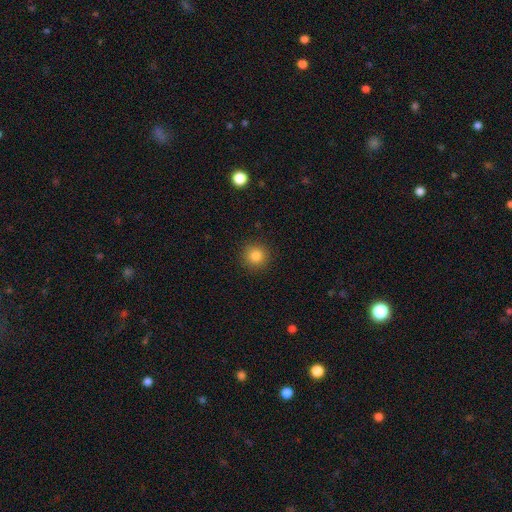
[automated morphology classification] smooth-or-featured: smooth: 83% | star or artifact: 12% | featured or disk: 5%
  how-rounded: round: 94% | in between: 5% | cigar-shaped: 1%
  merging: none: 91% | minor disturbance: 6% | major disturbance: 2% | merger: 1%